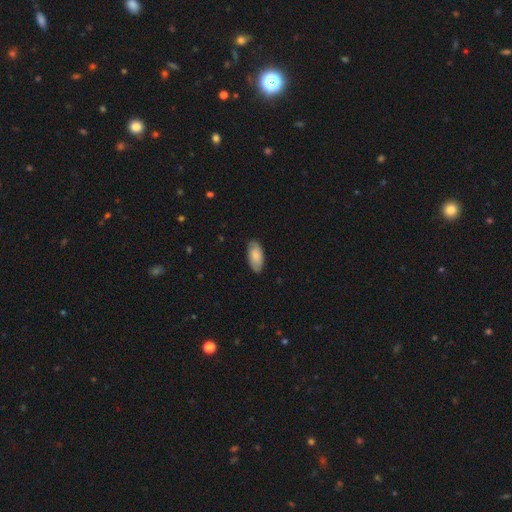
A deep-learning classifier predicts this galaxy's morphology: smooth_or_featured: smooth (p=0.80) [alt: featured or disk p=0.14]
how_rounded: in between (p=0.93) [alt: cigar-shaped p=0.05]
merging: none (p=0.82) [alt: minor disturbance p=0.14]